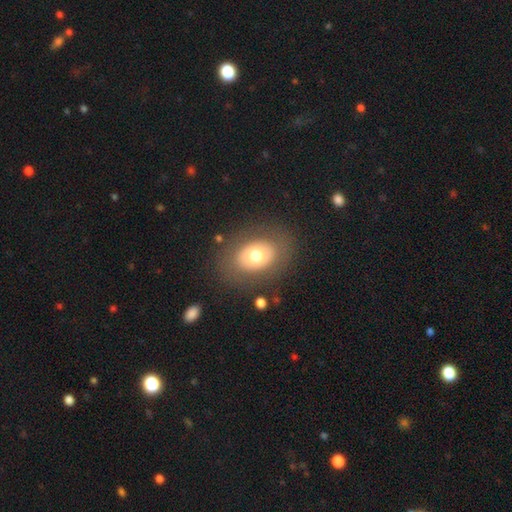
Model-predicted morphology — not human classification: Smooth or featured? smooth (62%)
How rounded? in between (70%)
Merging? none (80%)